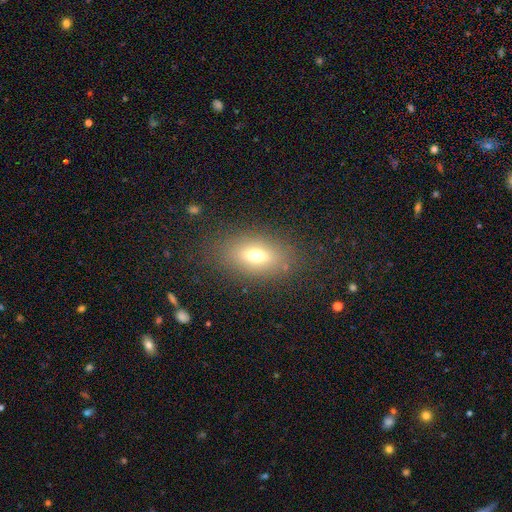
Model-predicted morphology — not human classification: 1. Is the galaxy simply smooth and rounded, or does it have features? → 67% smooth, 19% featured or disk, 13% star or artifact.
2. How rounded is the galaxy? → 83% in between, 11% round, 6% cigar-shaped.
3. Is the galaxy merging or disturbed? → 82% none, 11% minor disturbance, 6% major disturbance, 2% merger.